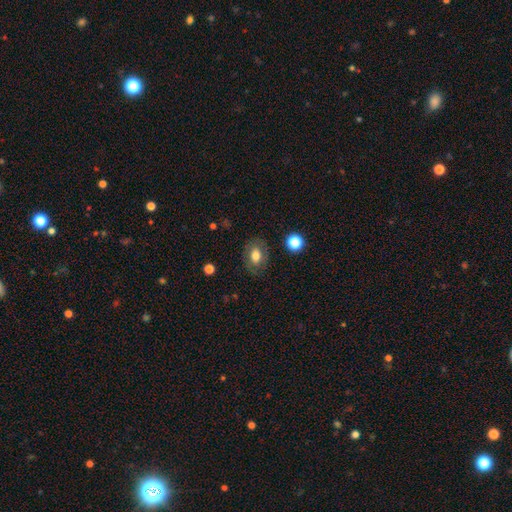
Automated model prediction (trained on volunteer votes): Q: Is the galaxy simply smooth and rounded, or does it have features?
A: smooth — 65%.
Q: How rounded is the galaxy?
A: in between — 73%.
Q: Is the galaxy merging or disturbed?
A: none — 79%.